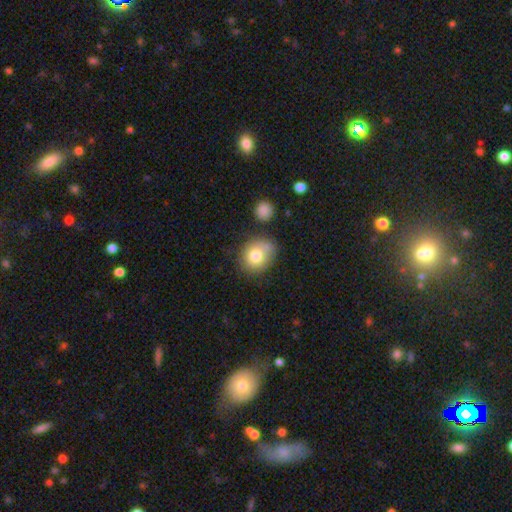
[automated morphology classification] A smooth galaxy with no disk features (78%) that is round (65%).

Vote fractions:
- Smooth or featured? smooth: 78% / featured or disk: 12% / star or artifact: 10%
- How rounded? round: 65% / in between: 34% / cigar-shaped: 1%
- Merging? none: 58% / minor disturbance: 22% / merger: 12% / major disturbance: 7%